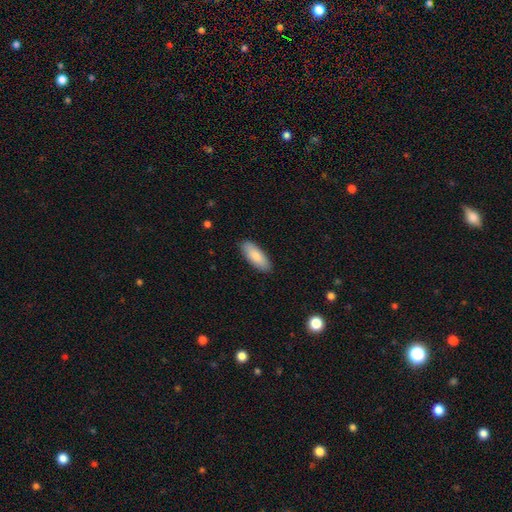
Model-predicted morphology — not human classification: type=smooth (85%); roundness=in between (76%); merging=none (88%).